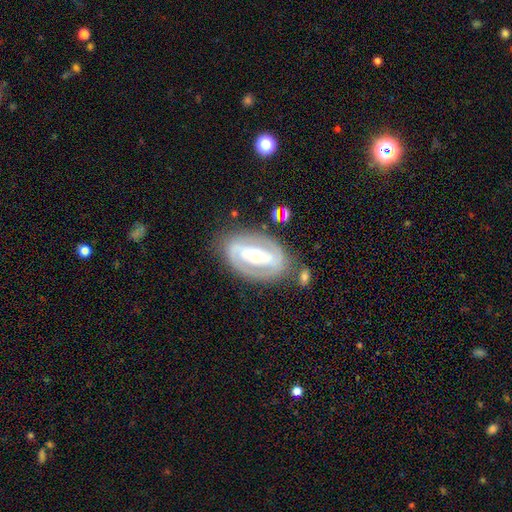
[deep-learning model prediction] featured or disk 81%, smooth 14%, star or artifact 5%. Down the decision tree: edge-on disk — no (93%); bar — strong (56%); spiral arms — yes (66%); bulge size — moderate (60%); merging — none (77%).